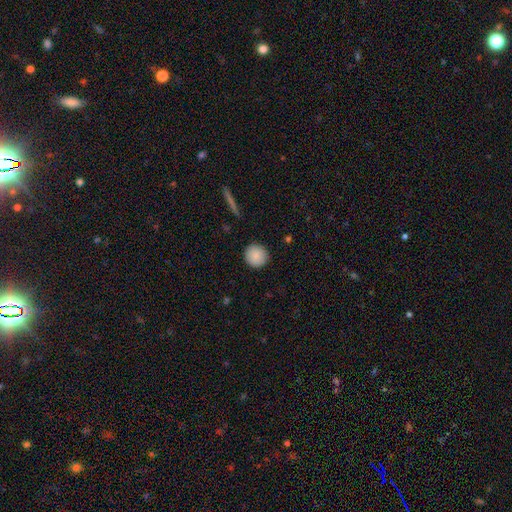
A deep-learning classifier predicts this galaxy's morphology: smooth-or-featured: smooth: 88% | star or artifact: 7% | featured or disk: 5%
  how-rounded: round: 94% | in between: 5% | cigar-shaped: 1%
  merging: none: 91% | minor disturbance: 6% | major disturbance: 2% | merger: 1%